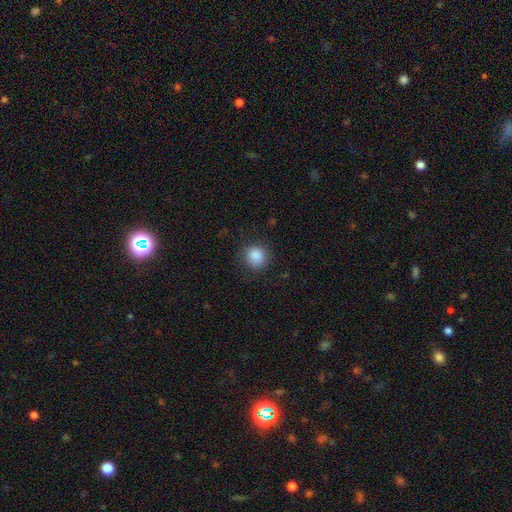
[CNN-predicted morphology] smooth-or-featured: smooth: 87% | star or artifact: 9% | featured or disk: 3%
  how-rounded: round: 90% | in between: 9% | cigar-shaped: 1%
  merging: none: 86% | minor disturbance: 10% | major disturbance: 3% | merger: 1%